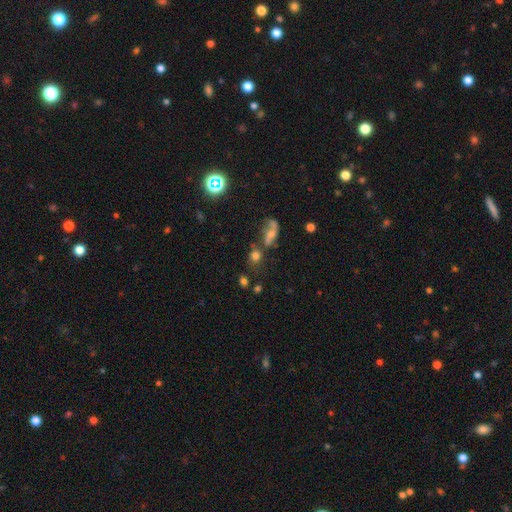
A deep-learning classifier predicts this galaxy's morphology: Smooth or featured? smooth (51%)
How rounded? round (64%)
Merging? none (44%)